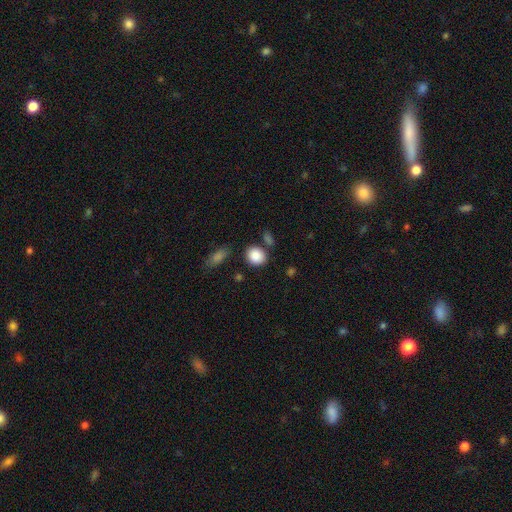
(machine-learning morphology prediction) smooth_or_featured: smooth (p=0.87) [alt: star or artifact p=0.08]
how_rounded: round (p=0.69) [alt: in between p=0.30]
merging: none (p=0.74) [alt: minor disturbance p=0.13]